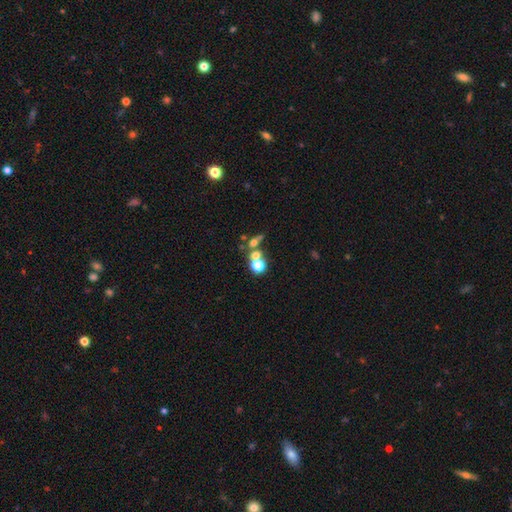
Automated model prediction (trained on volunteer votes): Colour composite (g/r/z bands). It shows a smooth galaxy with no disk features (52%) that is round (67%). Merging: merger (45%).